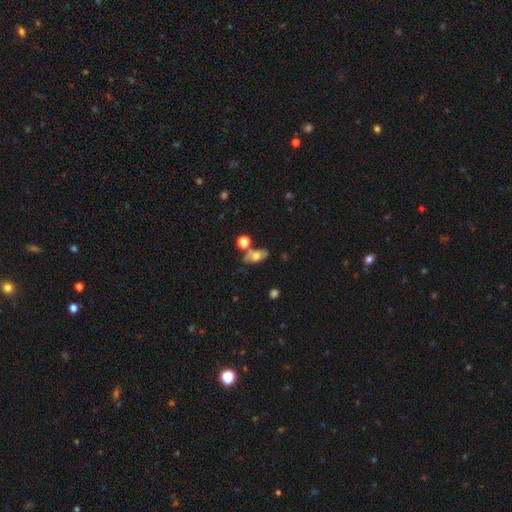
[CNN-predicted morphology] type=smooth (58%); roundness=in between (81%); merging=none (57%).